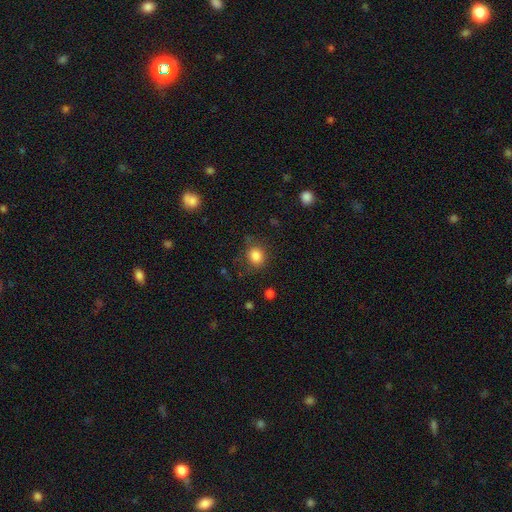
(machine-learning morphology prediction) smooth-or-featured: smooth: 84% | star or artifact: 11% | featured or disk: 5%
  how-rounded: round: 71% | in between: 28% | cigar-shaped: 1%
  merging: none: 79% | minor disturbance: 14% | major disturbance: 5% | merger: 2%